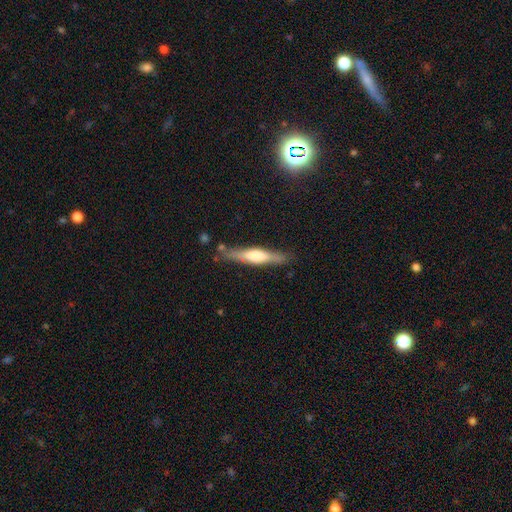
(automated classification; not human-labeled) featured or disk 58%, smooth 36%, star or artifact 6%. Down the decision tree: edge-on disk — yes (94%); edge-on bulge — rounded (66%); merging — none (82%).